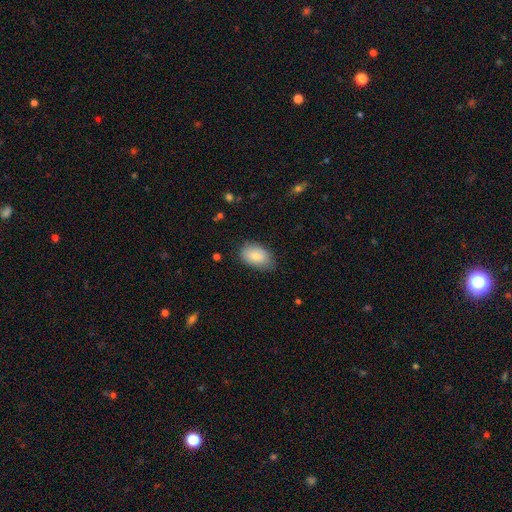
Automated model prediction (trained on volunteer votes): Q: Smooth or featured?
A: smooth (82%); runner-up: featured or disk (12%)
Q: How rounded?
A: in between (91%); runner-up: round (8%)
Q: Merging?
A: none (76%); runner-up: minor disturbance (19%)